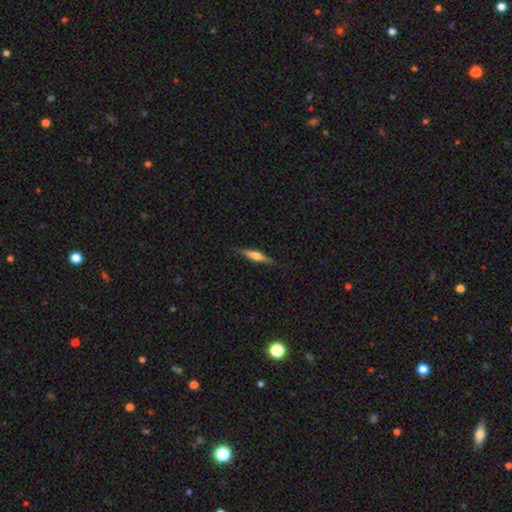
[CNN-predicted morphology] Q: Smooth or featured?
A: featured or disk (58%); runner-up: smooth (36%)
Q: Edge-on disk?
A: yes (96%); runner-up: no (4%)
Q: Edge-on bulge?
A: rounded (77%); runner-up: boxy (16%)
Q: Merging?
A: none (86%); runner-up: minor disturbance (10%)